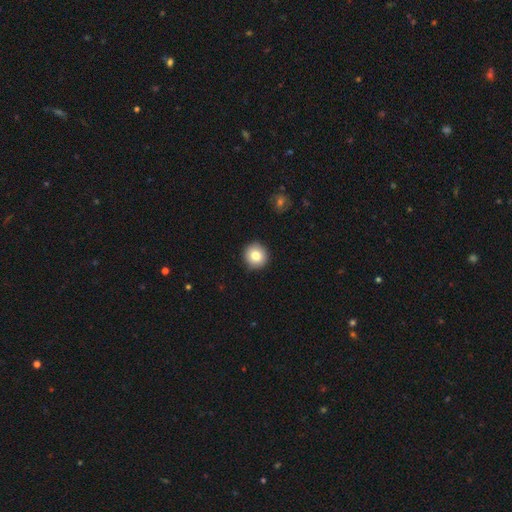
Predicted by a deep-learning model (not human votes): Smooth or featured: smooth — 81% (featured or disk — 10%)
How rounded: round — 94% (in between — 5%)
Merging: none — 92% (minor disturbance — 6%)